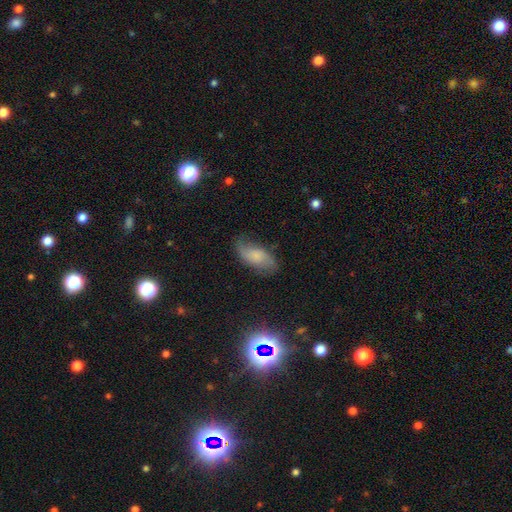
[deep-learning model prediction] smooth-or-featured: smooth: 51% | featured or disk: 38% | star or artifact: 11%
  how-rounded: in between: 87% | cigar-shaped: 9% | round: 4%
  merging: none: 67% | minor disturbance: 23% | major disturbance: 8% | merger: 2%